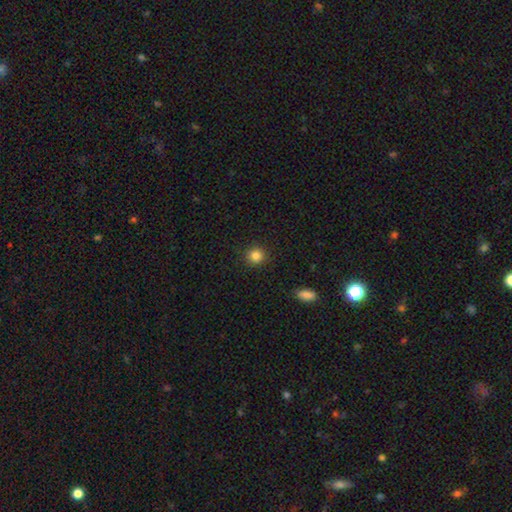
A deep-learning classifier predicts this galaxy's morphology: Q: Smooth or featured?
A: smooth (85%); runner-up: star or artifact (11%)
Q: How rounded?
A: round (93%); runner-up: in between (6%)
Q: Merging?
A: none (91%); runner-up: minor disturbance (6%)